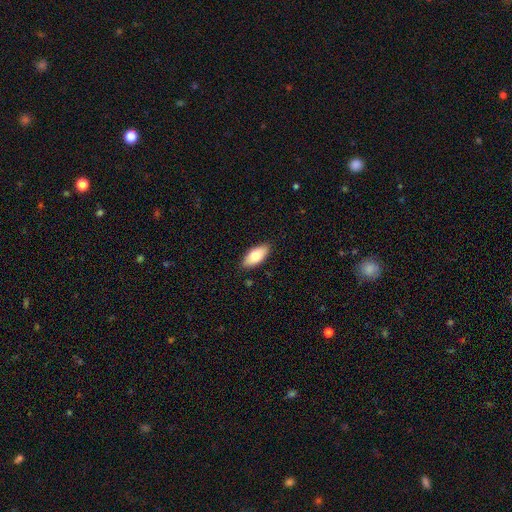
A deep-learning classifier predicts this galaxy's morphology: smooth-or-featured: smooth: 77% | featured or disk: 17% | star or artifact: 6%
  how-rounded: in between: 89% | cigar-shaped: 9% | round: 2%
  merging: none: 88% | minor disturbance: 9% | major disturbance: 2% | merger: 1%